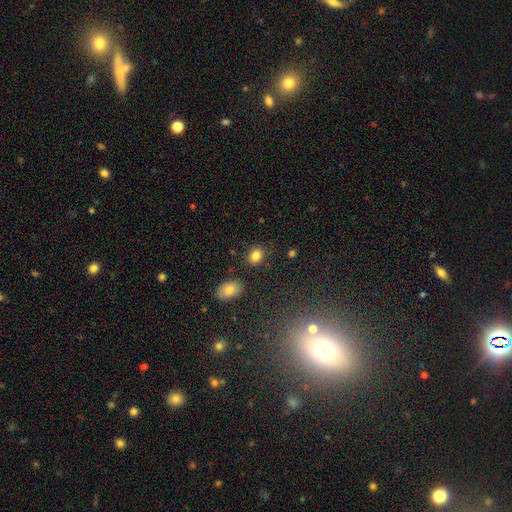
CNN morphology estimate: This appears to be a smooth galaxy with no disk features (84%) that is in between round and cigar-shaped (57%). Merging: none (83%).